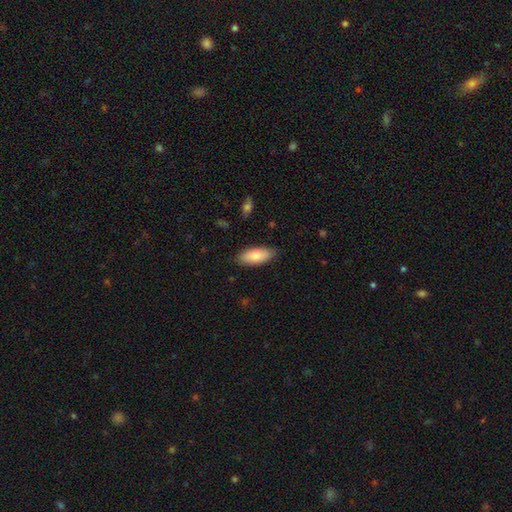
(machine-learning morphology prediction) smooth_or_featured: smooth (p=0.81) [alt: featured or disk p=0.13]
how_rounded: in between (p=0.87) [alt: cigar-shaped p=0.12]
merging: none (p=0.85) [alt: minor disturbance p=0.12]